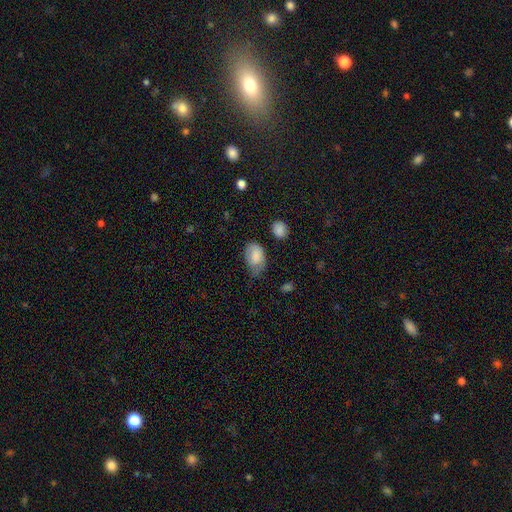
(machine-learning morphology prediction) smooth-or-featured: smooth: 81% | featured or disk: 12% | star or artifact: 8%
  how-rounded: in between: 86% | round: 13% | cigar-shaped: 1%
  merging: minor disturbance: 41% | none: 39% | major disturbance: 17% | merger: 3%